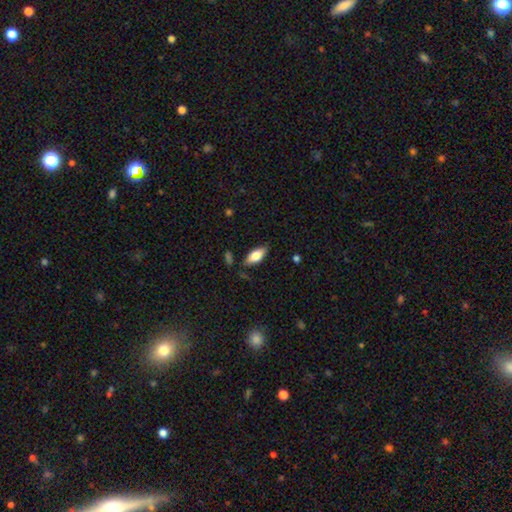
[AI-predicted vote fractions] Smooth or featured?
  - smooth: 73% *
  - featured or disk: 20%
  - star or artifact: 6%
How rounded?
  - in between: 86% *
  - cigar-shaped: 12%
  - round: 2%
Merging?
  - none: 78% *
  - minor disturbance: 16%
  - major disturbance: 3%
  - merger: 2%